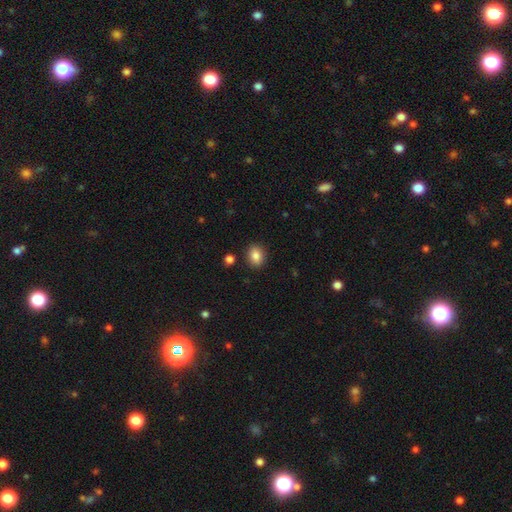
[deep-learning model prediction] smooth_or_featured: smooth (p=0.85) [alt: star or artifact p=0.09]
how_rounded: round (p=0.50) [alt: in between p=0.49]
merging: none (p=0.88) [alt: minor disturbance p=0.07]